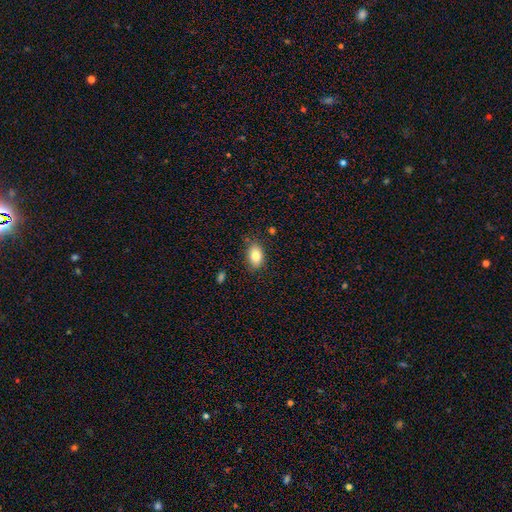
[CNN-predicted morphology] smooth 83%, featured or disk 9%, star or artifact 8%. Down the decision tree: how rounded — in between (86%); merging — none (81%).